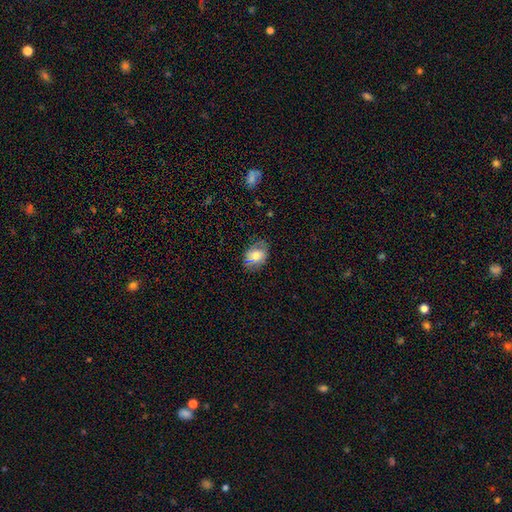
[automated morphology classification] Q: Smooth or featured?
A: smooth (64%); runner-up: featured or disk (24%)
Q: How rounded?
A: in between (63%); runner-up: round (36%)
Q: Merging?
A: none (69%); runner-up: minor disturbance (22%)